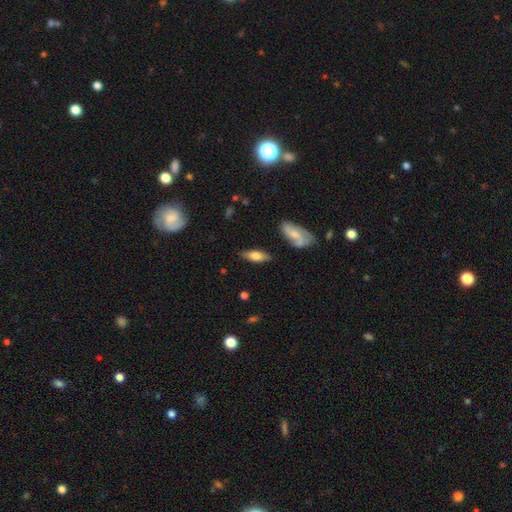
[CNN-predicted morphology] A smooth galaxy with no disk features (62%) that is in between round and cigar-shaped (65%). Merging: none (79%).